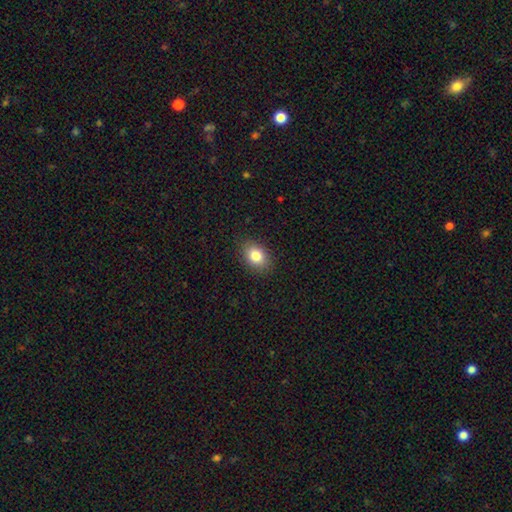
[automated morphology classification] smooth 83%, star or artifact 9%, featured or disk 8%. Down the decision tree: how rounded — in between (76%); merging — none (87%).